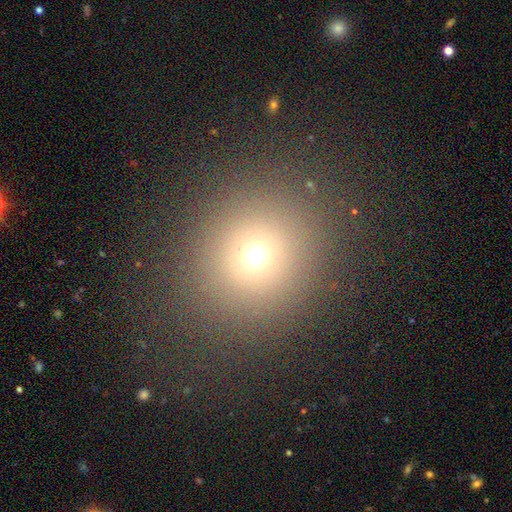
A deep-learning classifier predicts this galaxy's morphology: A smooth galaxy with no disk features (67%) that is round (88%). Merging: none (87%).